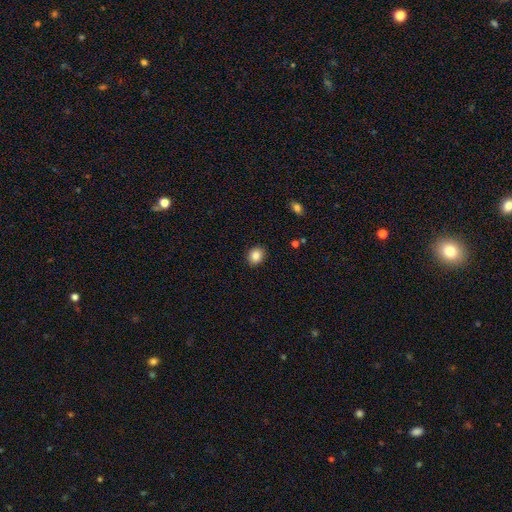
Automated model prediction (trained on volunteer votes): smooth_or_featured: smooth (p=0.85) [alt: star or artifact p=0.09]
how_rounded: round (p=0.66) [alt: in between p=0.33]
merging: none (p=0.90) [alt: minor disturbance p=0.07]